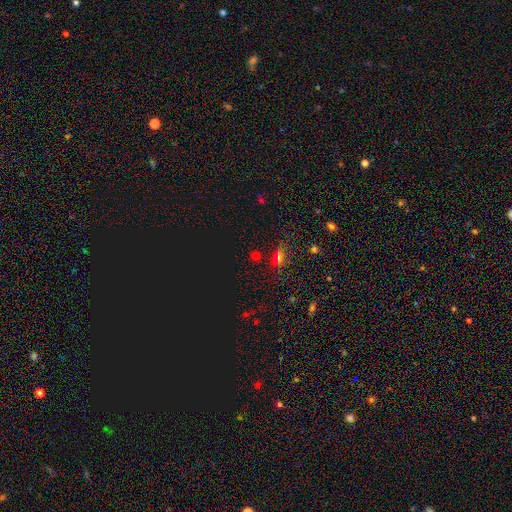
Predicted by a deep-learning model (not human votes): Smooth or featured?
  - star or artifact: 48% *
  - smooth: 44%
  - featured or disk: 8%